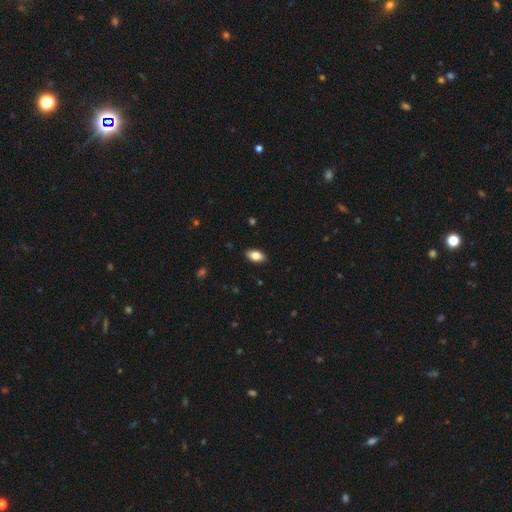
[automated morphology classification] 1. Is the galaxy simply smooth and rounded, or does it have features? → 82% smooth, 11% featured or disk, 7% star or artifact.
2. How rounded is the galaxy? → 93% in between, 5% round, 3% cigar-shaped.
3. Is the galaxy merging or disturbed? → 89% none, 8% minor disturbance, 2% major disturbance, 1% merger.